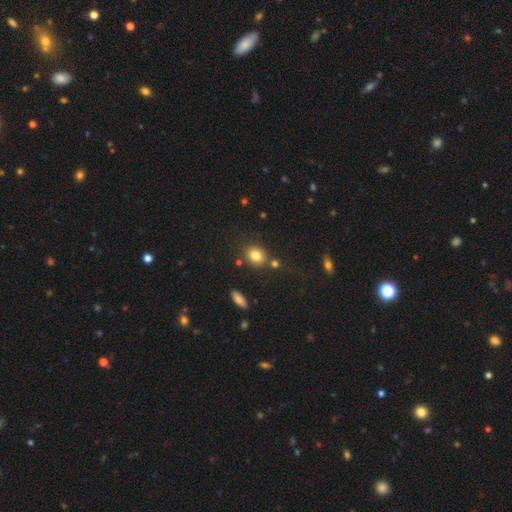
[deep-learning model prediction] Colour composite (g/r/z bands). It shows a smooth galaxy with no disk features (81%) that is round (53%). Merging: none (75%).